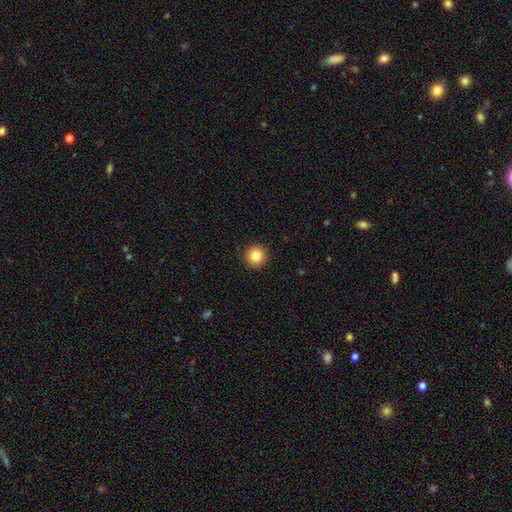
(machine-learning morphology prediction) Smooth or featured?
  - smooth: 85% *
  - star or artifact: 10%
  - featured or disk: 6%
How rounded?
  - round: 95% *
  - in between: 4%
  - cigar-shaped: 1%
Merging?
  - none: 92% *
  - minor disturbance: 5%
  - major disturbance: 2%
  - merger: 1%